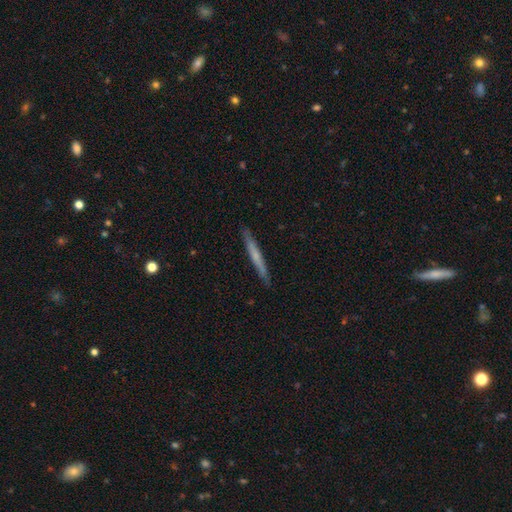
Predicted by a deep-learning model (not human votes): Smooth or featured? smooth (51%)
How rounded? cigar-shaped (96%)
Merging? none (90%)